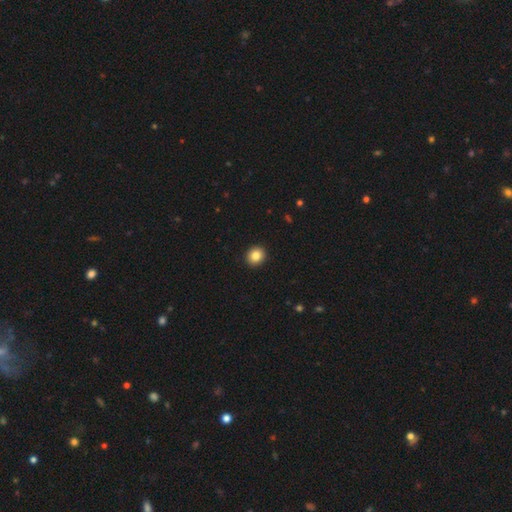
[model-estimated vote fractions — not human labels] Morphology: type=smooth (85%); roundness=round (84%); merging=none (93%).